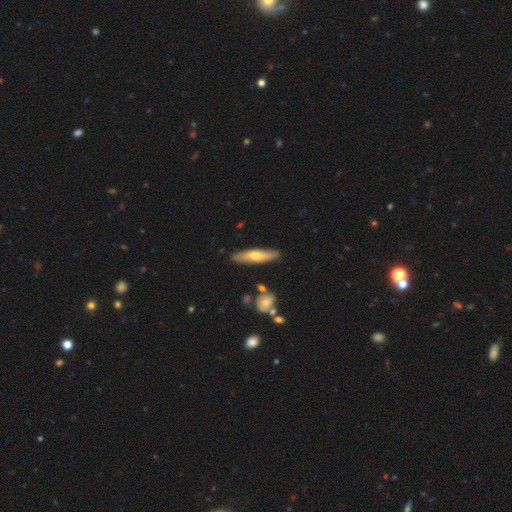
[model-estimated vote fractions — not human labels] Smooth or featured?
  - smooth: 58% *
  - featured or disk: 36%
  - star or artifact: 5%
How rounded?
  - cigar-shaped: 78% *
  - in between: 20%
  - round: 2%
Merging?
  - none: 84% *
  - minor disturbance: 11%
  - merger: 3%
  - major disturbance: 2%